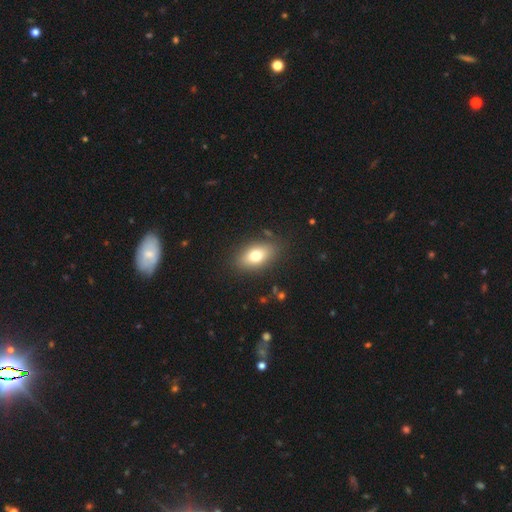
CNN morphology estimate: smooth-or-featured: smooth: 74% | featured or disk: 17% | star or artifact: 9%
  how-rounded: in between: 86% | round: 10% | cigar-shaped: 4%
  merging: none: 84% | minor disturbance: 11% | major disturbance: 3% | merger: 2%